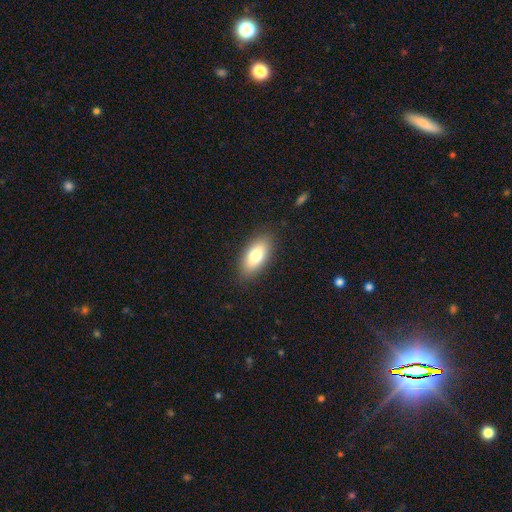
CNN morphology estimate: Smooth or featured?
  - smooth: 77% *
  - featured or disk: 16%
  - star or artifact: 7%
How rounded?
  - in between: 88% *
  - cigar-shaped: 9%
  - round: 3%
Merging?
  - none: 87% *
  - minor disturbance: 9%
  - major disturbance: 2%
  - merger: 1%